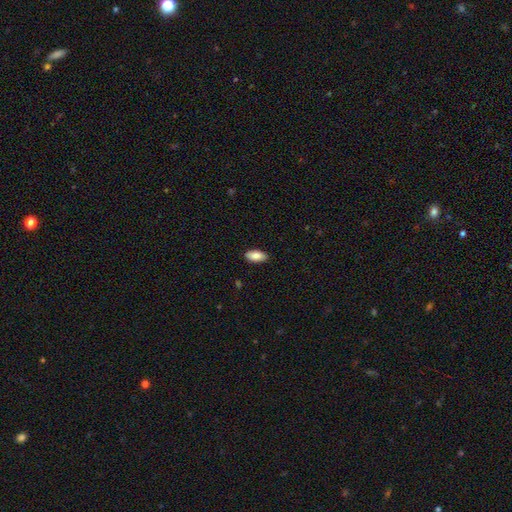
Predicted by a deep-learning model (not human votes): This is clearly a smooth galaxy (86%). How rounded: clearly in between (92%). Merging: clearly none (89%).